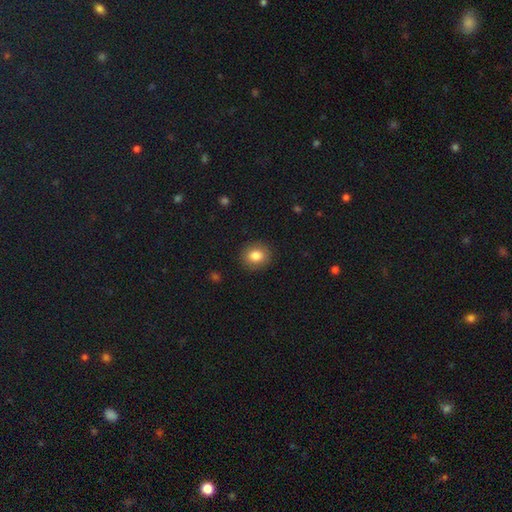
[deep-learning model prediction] A smooth galaxy with no disk features (83%) that is round (74%). Merging: none (89%).